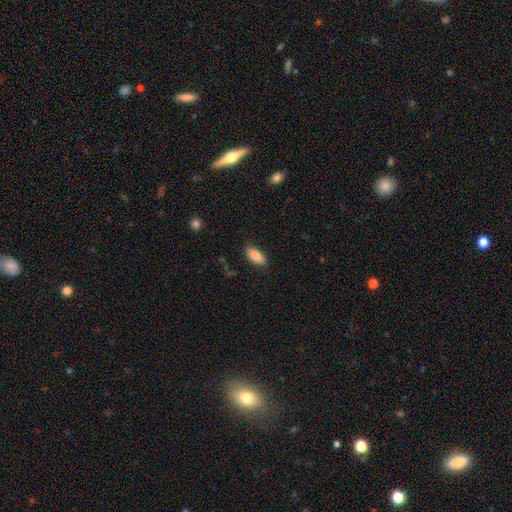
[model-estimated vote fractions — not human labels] Q: Smooth or featured?
A: smooth (86%); runner-up: featured or disk (7%)
Q: How rounded?
A: in between (84%); runner-up: cigar-shaped (14%)
Q: Merging?
A: none (84%); runner-up: minor disturbance (12%)